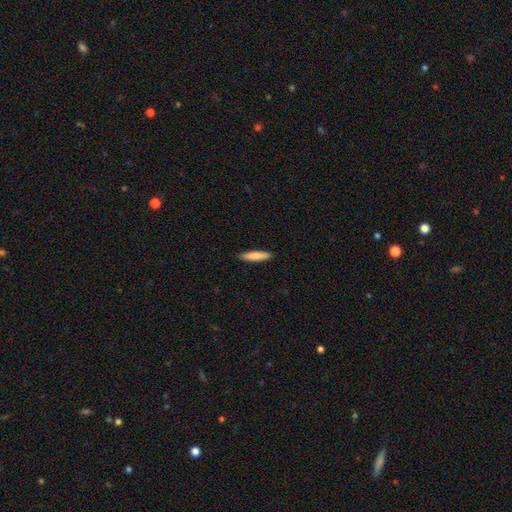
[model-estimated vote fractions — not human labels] Smooth or featured: smooth — 84% (featured or disk — 11%)
How rounded: cigar-shaped — 84% (in between — 15%)
Merging: none — 90% (minor disturbance — 7%)